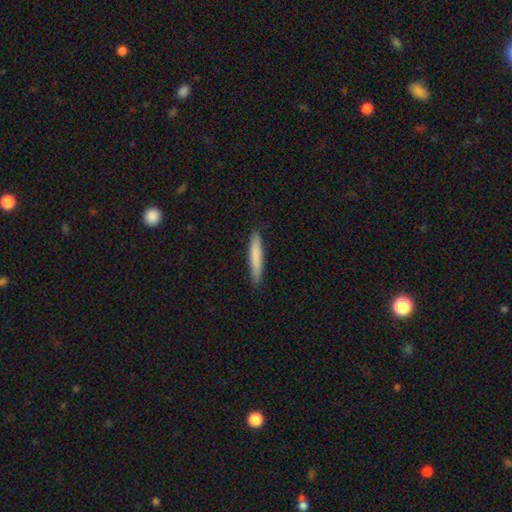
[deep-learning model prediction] Smooth or featured? smooth (80%)
How rounded? cigar-shaped (93%)
Merging? none (89%)